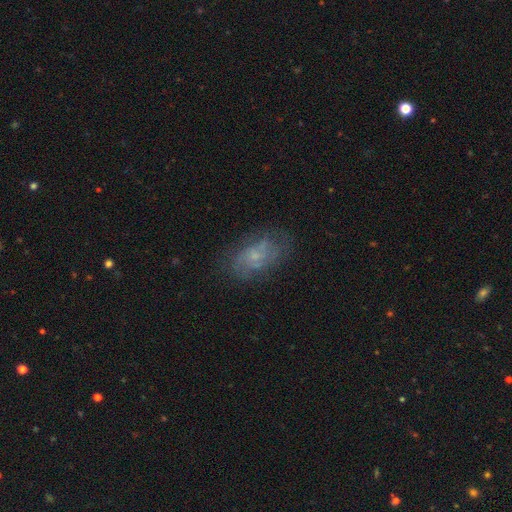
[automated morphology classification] Smooth or featured: featured or disk — 54% (smooth — 35%)
Edge-on disk: no — 95% (yes — 5%)
Bar: no — 75% (weak — 22%)
Spiral arms: yes — 67% (no — 33%)
Bulge size: small — 64% (moderate — 18%)
Merging: none — 66% (minor disturbance — 20%)